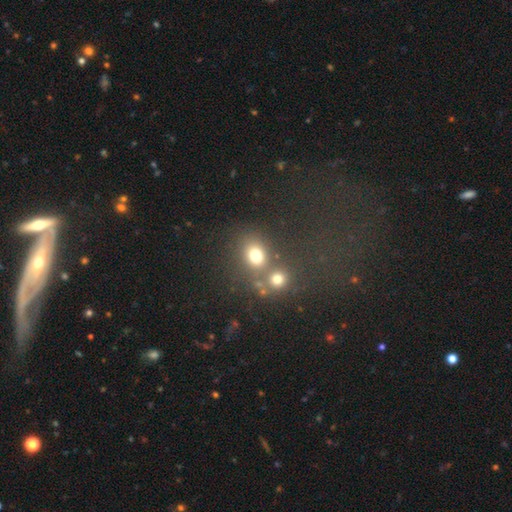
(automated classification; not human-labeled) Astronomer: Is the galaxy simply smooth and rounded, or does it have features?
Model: smooth — 73%.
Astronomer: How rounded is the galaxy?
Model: round — 67%.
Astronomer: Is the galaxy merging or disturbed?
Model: none — 54% (runner-up: merger, 31%).